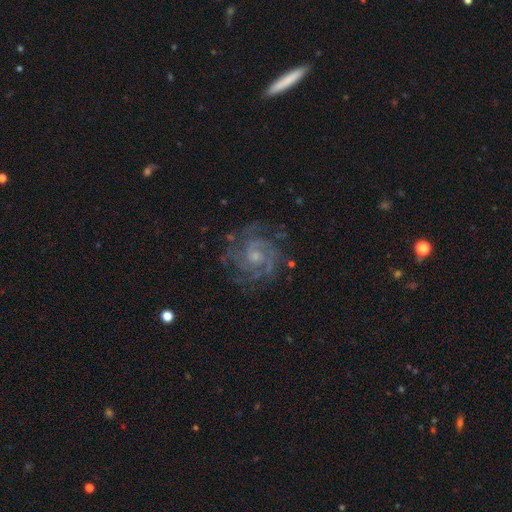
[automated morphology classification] smooth_or_featured: featured or disk (p=0.86) [alt: star or artifact p=0.07]
disk_edge_on: no (p=0.98) [alt: yes p=0.02]
bar: no (p=0.68) [alt: weak p=0.27]
has_spiral_arms: yes (p=0.96) [alt: no p=0.04]
spiral_winding: tight (p=0.57) [alt: medium p=0.37]
spiral_arm_count: 3 (p=0.26) [alt: can't tell p=0.23]
bulge_size: small (p=0.63) [alt: moderate p=0.28]
merging: none (p=0.75) [alt: minor disturbance p=0.15]